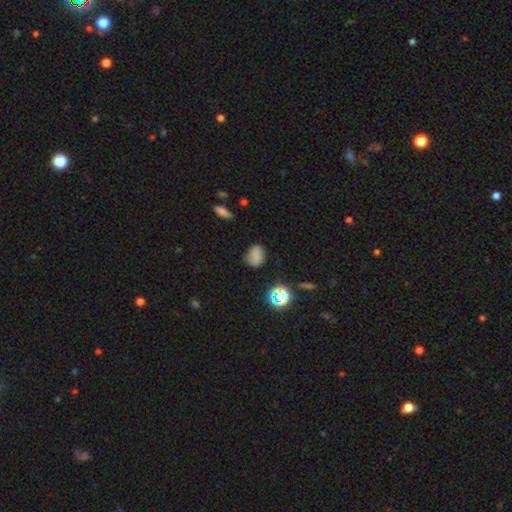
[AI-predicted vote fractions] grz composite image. It shows a smooth galaxy with no disk features (73%) that is round (49%, tied with in between). Merging: none (71%).